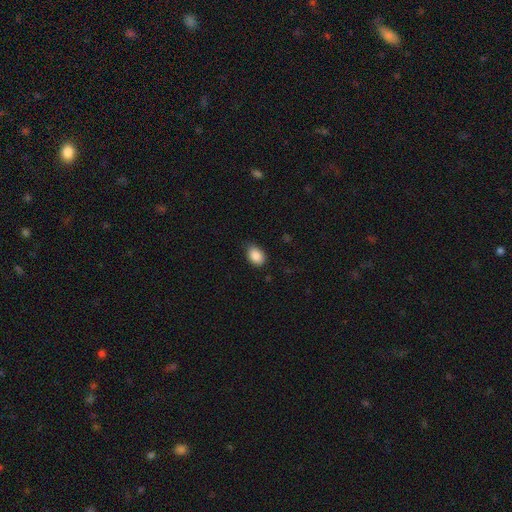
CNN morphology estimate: Overall: smooth (88%). How rounded: in between (80%). Merging: none (76%).